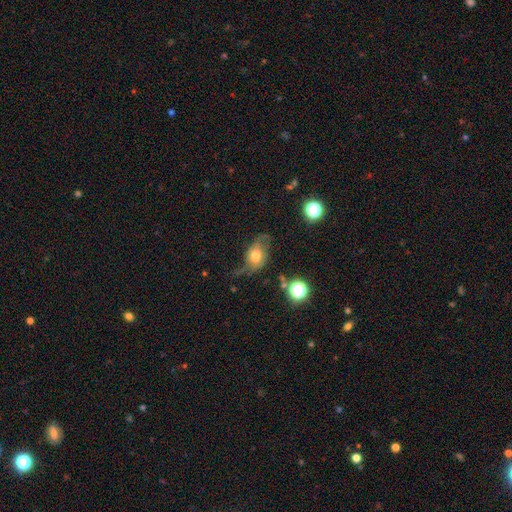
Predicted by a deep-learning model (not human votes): This is possibly a smooth galaxy (49%). Merging: marginally none (42%).